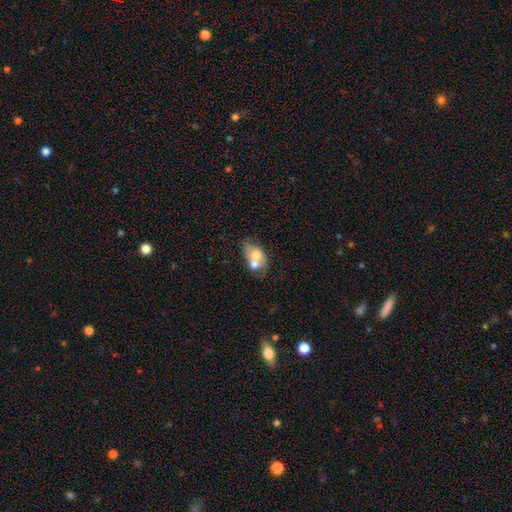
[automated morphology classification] type=smooth (59%); roundness=in between (81%); merging=merger (56%).